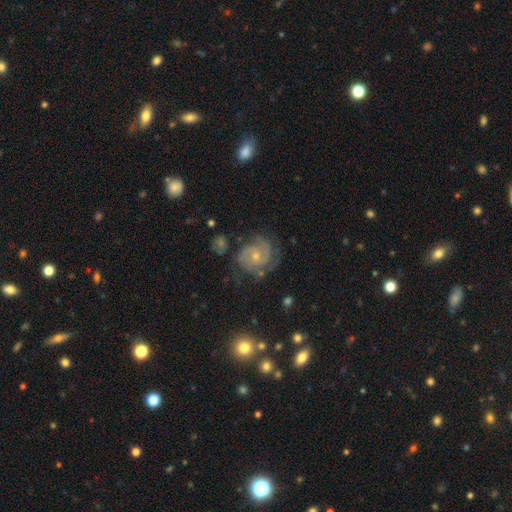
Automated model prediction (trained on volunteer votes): Smooth or featured? Predicted: featured or disk (p=0.84). Edge-on disk? Predicted: no (p=0.98). Bar? Predicted: no (p=0.69). Spiral arms? Predicted: yes (p=0.96). Spiral winding? Predicted: tight (p=0.57). Spiral arm count? Predicted: 2 (p=0.49). Bulge size? Predicted: small (p=0.50). Merging? Predicted: none (p=0.66).